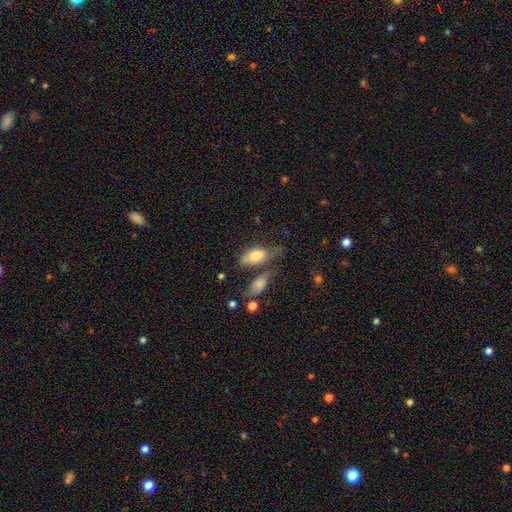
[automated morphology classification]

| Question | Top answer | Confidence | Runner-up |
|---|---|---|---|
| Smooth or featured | smooth | 77% | featured or disk (16%) |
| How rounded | in between | 89% | cigar-shaped (7%) |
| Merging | none | 38% | minor disturbance (26%) |